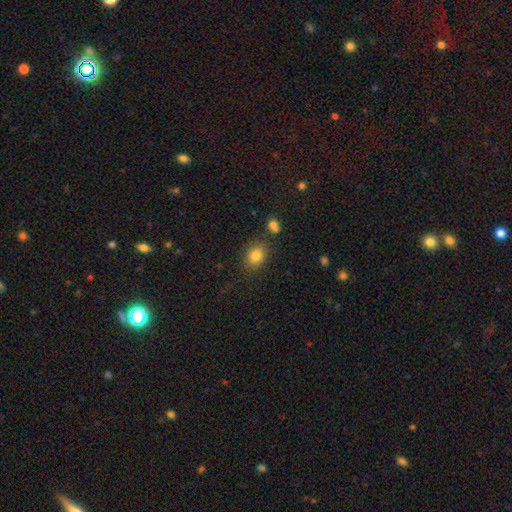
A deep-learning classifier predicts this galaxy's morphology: smooth 83%, star or artifact 11%, featured or disk 6%. Down the decision tree: how rounded — round (53%); merging — none (80%).